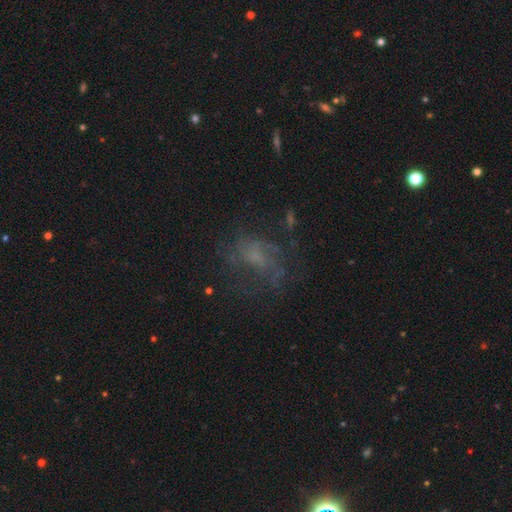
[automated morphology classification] type=featured or disk (48%); merging=none (53%).